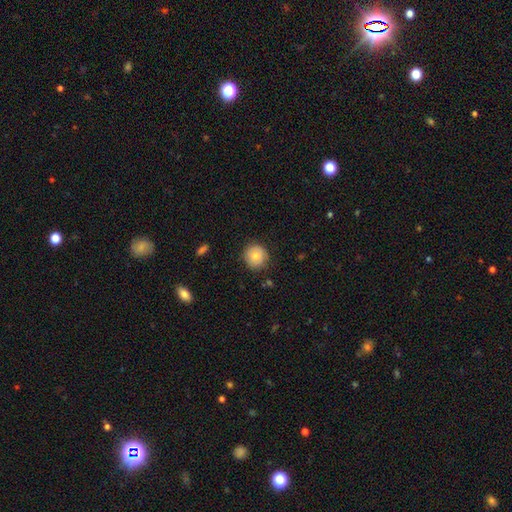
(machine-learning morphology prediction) Smooth or featured?
  - smooth: 77% *
  - featured or disk: 15%
  - star or artifact: 8%
How rounded?
  - round: 92% *
  - in between: 7%
  - cigar-shaped: 1%
Merging?
  - none: 84% *
  - minor disturbance: 12%
  - major disturbance: 3%
  - merger: 1%